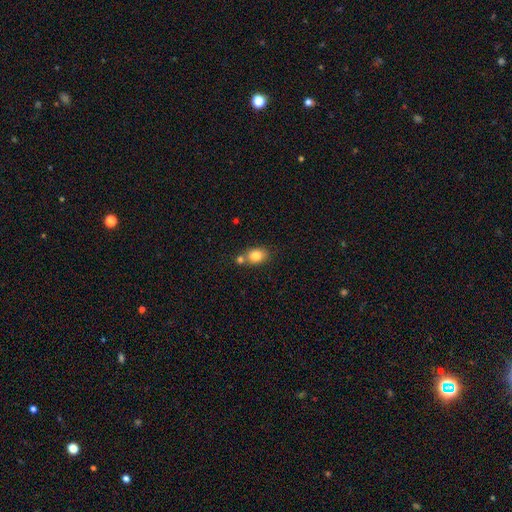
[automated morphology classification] Smooth or featured: smooth — 82% (star or artifact — 9%)
How rounded: in between — 60% (round — 38%)
Merging: none — 53% (merger — 32%)